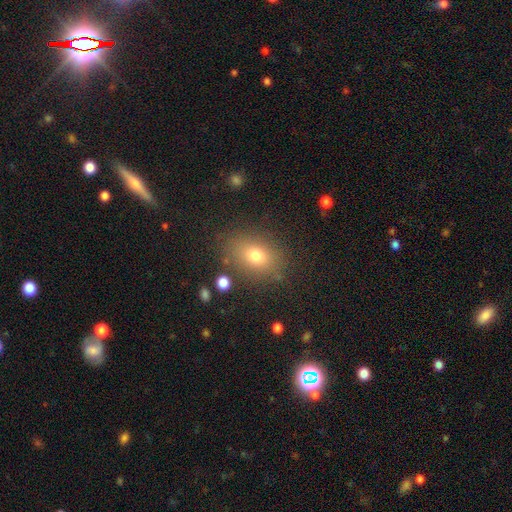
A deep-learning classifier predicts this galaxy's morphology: smooth_or_featured: smooth (p=0.74) [alt: star or artifact p=0.14]
how_rounded: in between (p=0.70) [alt: round p=0.29]
merging: none (p=0.82) [alt: minor disturbance p=0.11]